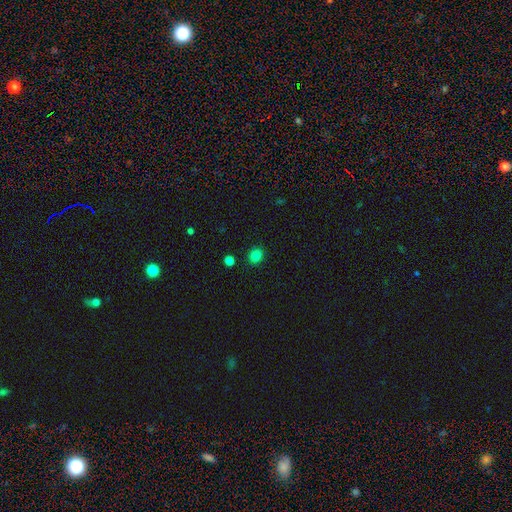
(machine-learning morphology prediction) smooth-or-featured: smooth: 82% | star or artifact: 13% | featured or disk: 4%
  how-rounded: round: 73% | in between: 26% | cigar-shaped: 1%
  merging: none: 88% | minor disturbance: 7% | merger: 2% | major disturbance: 2%